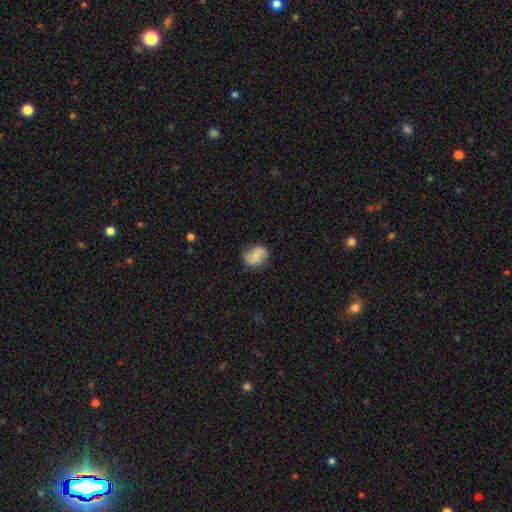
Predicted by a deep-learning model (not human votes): Morphology: type=smooth (55%); roundness=in between (50%); merging=none (79%).